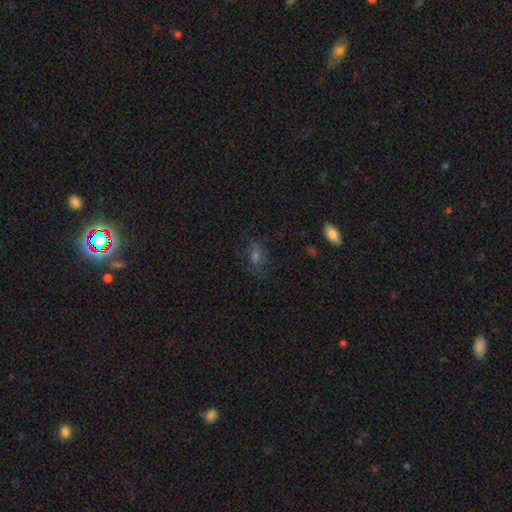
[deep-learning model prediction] smooth 45%, star or artifact 33%, featured or disk 22%. Down the decision tree: merging — none (65%).